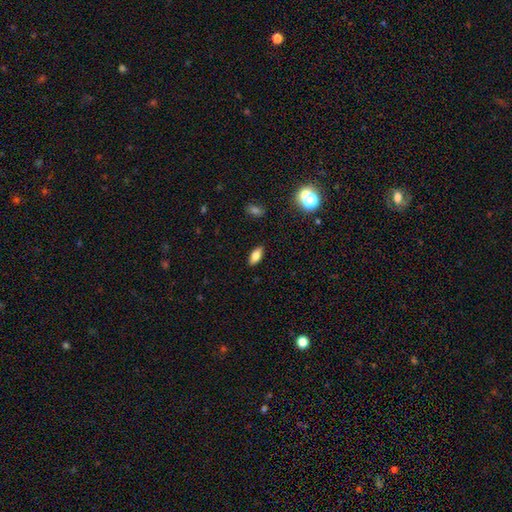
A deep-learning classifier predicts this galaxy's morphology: Smooth or featured: smooth — 78% (featured or disk — 13%)
How rounded: in between — 85% (cigar-shaped — 11%)
Merging: none — 88% (minor disturbance — 9%)